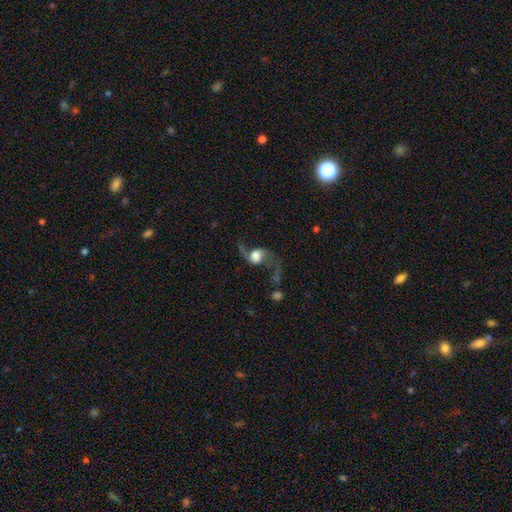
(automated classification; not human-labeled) Smooth or featured? Predicted: featured or disk (p=0.74). Edge-on disk? Predicted: no (p=0.96). Bar? Predicted: no (p=0.55). Spiral arms? Predicted: yes (p=0.92). Spiral winding? Predicted: loose (p=0.89). Spiral arm count? Predicted: 2 (p=0.89). Bulge size? Predicted: large (p=0.46). Merging? Predicted: none (p=0.49).